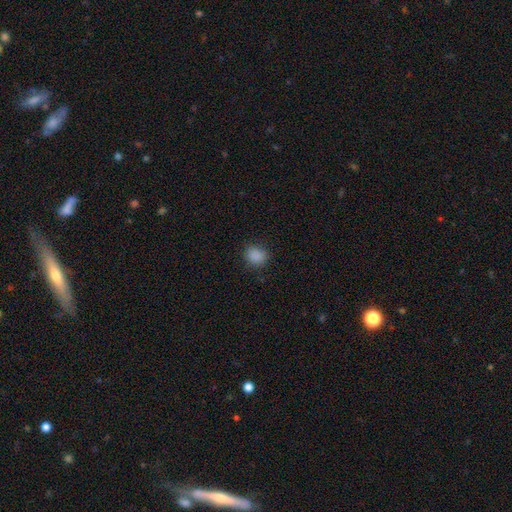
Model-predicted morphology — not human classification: smooth-or-featured: smooth: 87% | star or artifact: 10% | featured or disk: 3%
  how-rounded: round: 66% | in between: 33% | cigar-shaped: 1%
  merging: none: 86% | minor disturbance: 10% | major disturbance: 3% | merger: 1%